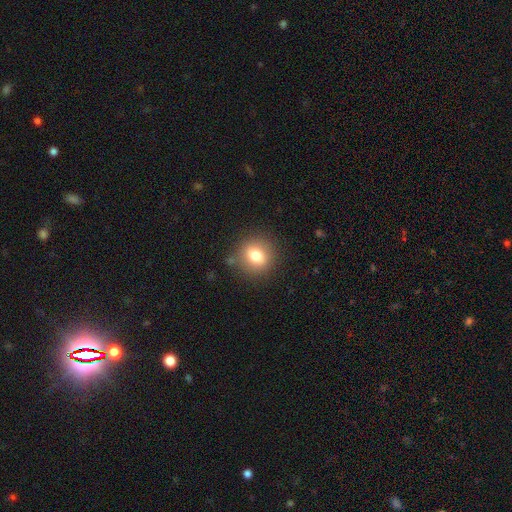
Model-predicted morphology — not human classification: Smooth or featured? smooth (76%)
How rounded? round (80%)
Merging? none (85%)